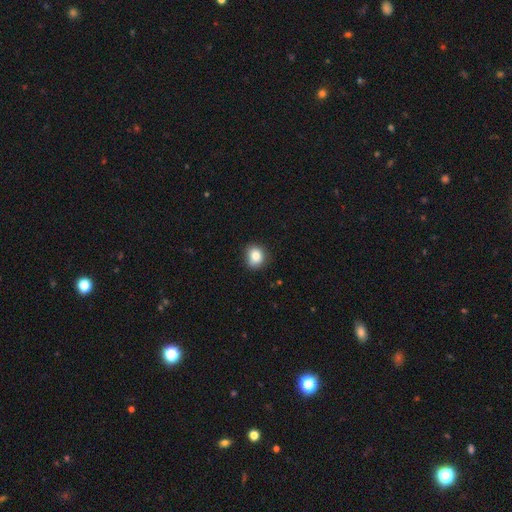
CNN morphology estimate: This is clearly a smooth galaxy (82%). How rounded: likely round (74%). Merging: likely none (76%).